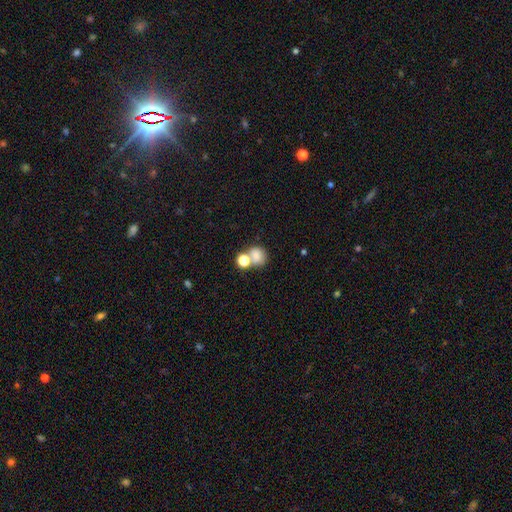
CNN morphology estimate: type=smooth (77%); roundness=round (68%); merging=merger (43%).